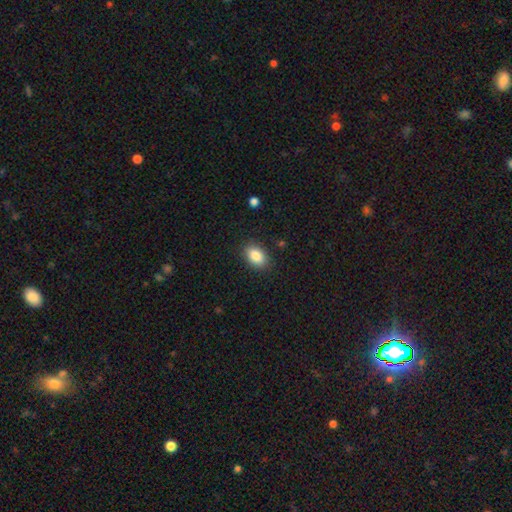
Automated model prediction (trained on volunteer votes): This is clearly a smooth galaxy (87%). How rounded: clearly in between (86%). Merging: clearly none (87%).